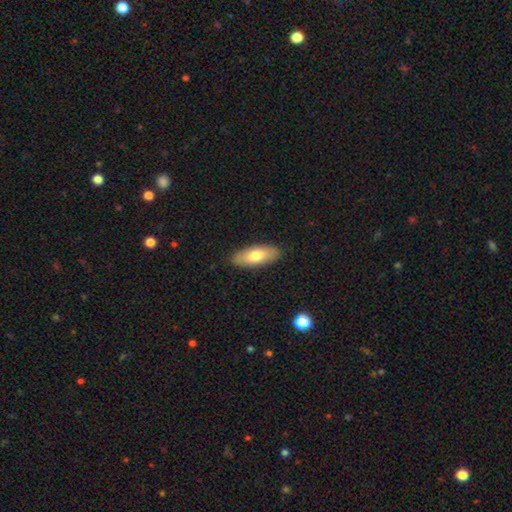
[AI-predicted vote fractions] Overall: smooth (73%). How rounded: in between (80%). Merging: none (88%).